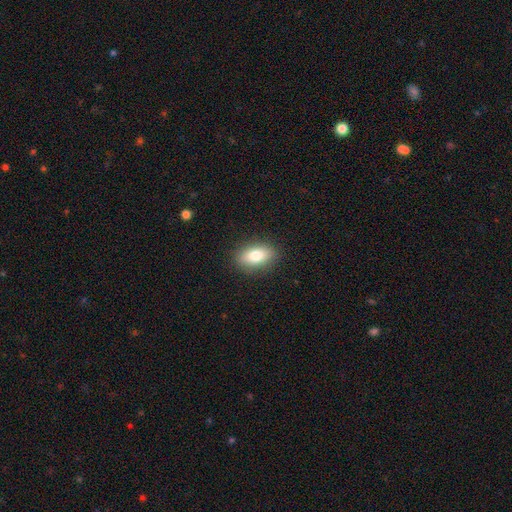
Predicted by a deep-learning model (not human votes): The model was most divided on "smooth or featured": smooth: 79%, featured or disk: 13%, star or artifact: 8%. More confident: merging — none (88%); how rounded — in between (85%).